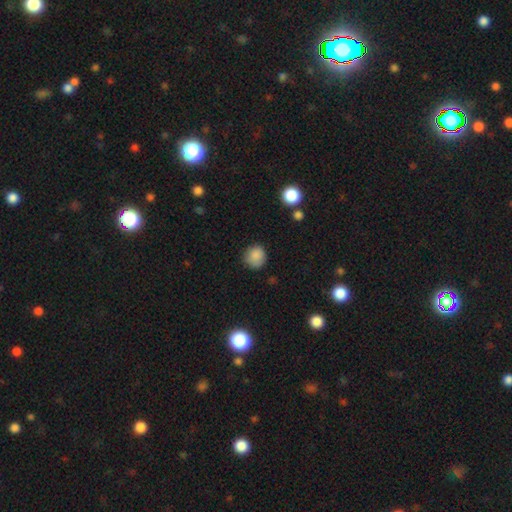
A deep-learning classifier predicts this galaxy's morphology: Overall: smooth (86%). How rounded: round (86%). Merging: none (78%).